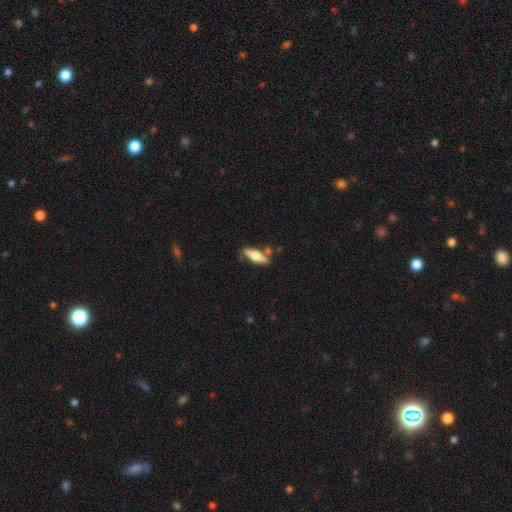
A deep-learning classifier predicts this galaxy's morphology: Smooth or featured?
  - smooth: 48% *
  - featured or disk: 46%
  - star or artifact: 6%
Merging?
  - none: 72% *
  - minor disturbance: 15%
  - merger: 9%
  - major disturbance: 4%